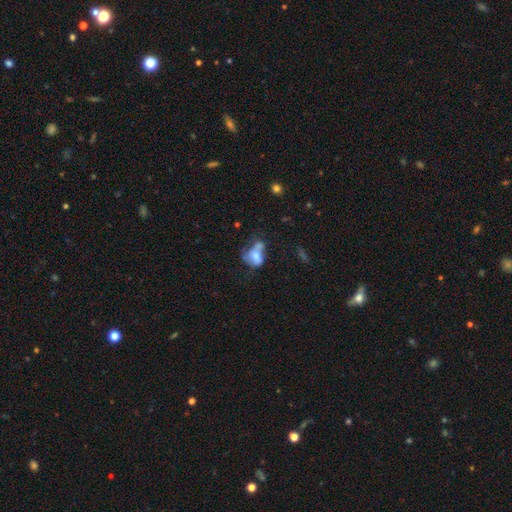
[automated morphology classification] smooth_or_featured: smooth (p=0.51) [alt: featured or disk p=0.38]
how_rounded: in between (p=0.75) [alt: round p=0.23]
merging: major disturbance (p=0.31) [alt: merger p=0.29]